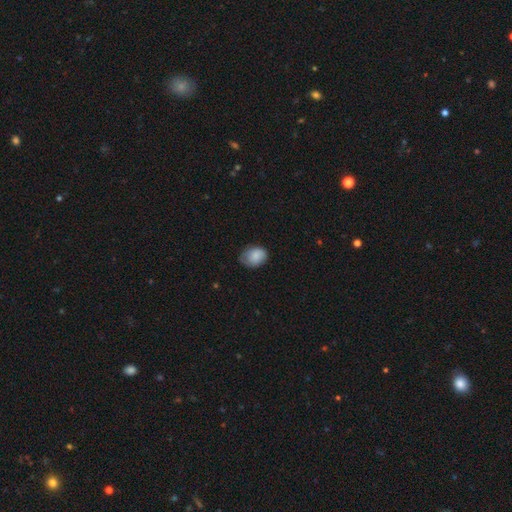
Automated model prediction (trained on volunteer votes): Q: Smooth or featured?
A: smooth (83%); runner-up: featured or disk (10%)
Q: How rounded?
A: in between (65%); runner-up: round (34%)
Q: Merging?
A: none (61%); runner-up: minor disturbance (31%)